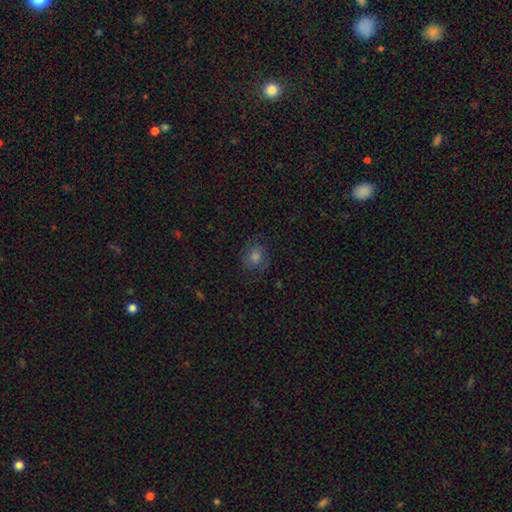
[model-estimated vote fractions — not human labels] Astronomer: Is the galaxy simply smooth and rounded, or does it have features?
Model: smooth — 58%.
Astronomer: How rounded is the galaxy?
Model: round — 73%.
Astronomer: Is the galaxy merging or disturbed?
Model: none — 76%.